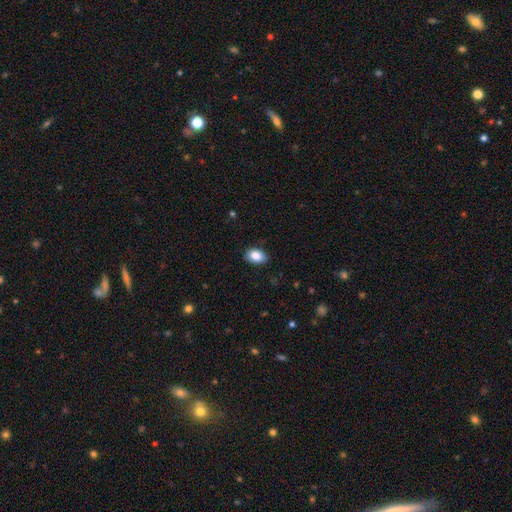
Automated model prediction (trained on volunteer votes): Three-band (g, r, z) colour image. It shows a smooth galaxy with no disk features (87%) that is in between round and cigar-shaped (86%). Merging: none (86%).